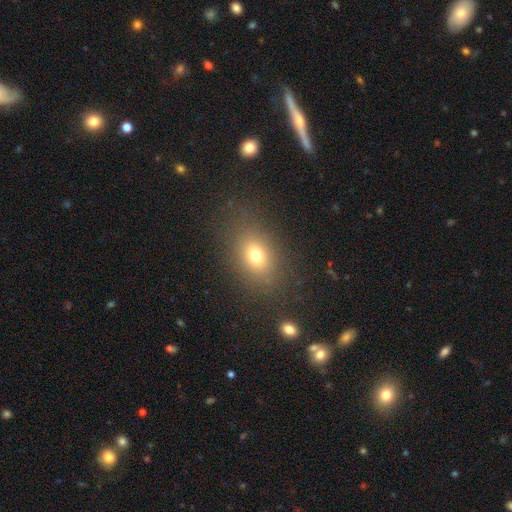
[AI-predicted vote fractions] Smooth or featured? smooth (72%)
How rounded? in between (70%)
Merging? none (81%)